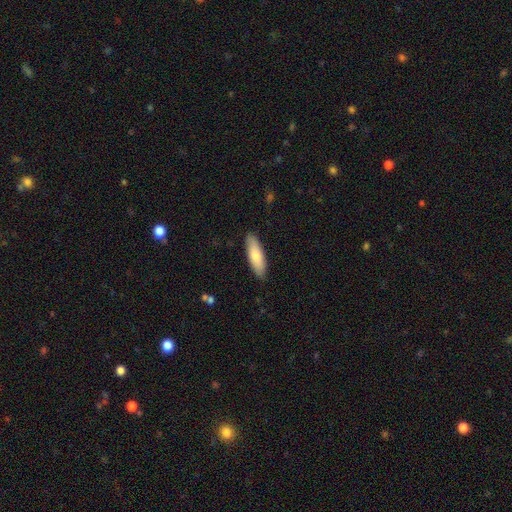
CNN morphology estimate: Smooth or featured: smooth — 75% (featured or disk — 19%)
How rounded: in between — 49% (tied with cigar-shaped — 49%)
Merging: none — 88% (minor disturbance — 9%)